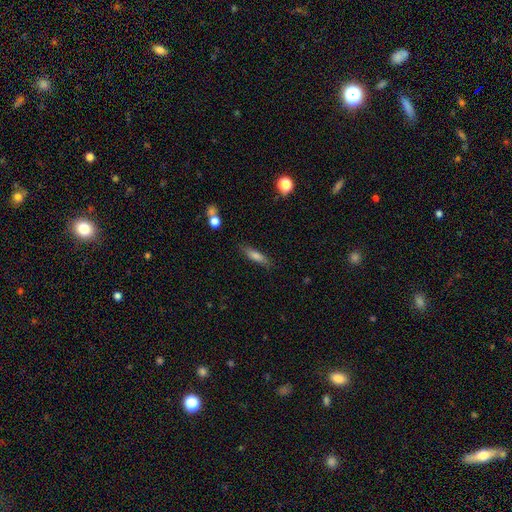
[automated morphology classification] The model was most divided on "how rounded": cigar-shaped: 72%, in between: 26%, round: 2%. More confident: merging — none (80%); smooth or featured — smooth (72%).